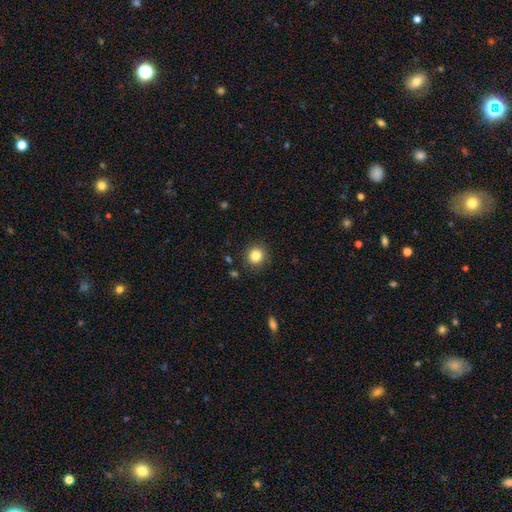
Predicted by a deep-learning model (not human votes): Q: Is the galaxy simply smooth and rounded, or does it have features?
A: smooth — 84%.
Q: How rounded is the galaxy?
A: round — 91%.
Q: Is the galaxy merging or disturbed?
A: none — 89%.